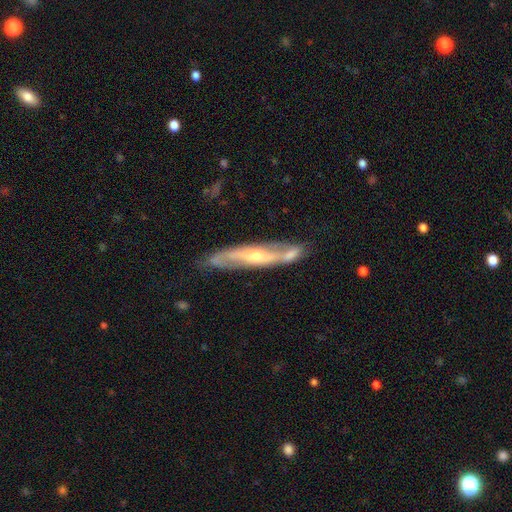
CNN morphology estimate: Smooth or featured? Predicted: featured or disk (p=0.74). Edge-on disk? Predicted: no (p=0.51). Merging? Predicted: none (p=0.67).